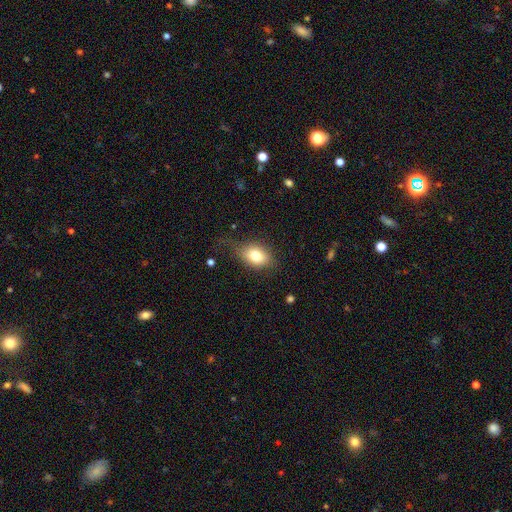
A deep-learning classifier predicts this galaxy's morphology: Smooth or featured? smooth (77%)
How rounded? in between (72%)
Merging? none (65%)